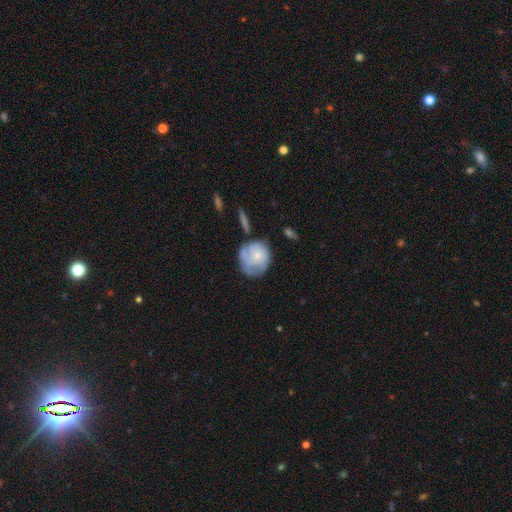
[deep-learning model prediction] Smooth or featured: smooth — 55% (featured or disk — 38%)
How rounded: round — 76% (in between — 23%)
Merging: none — 52% (minor disturbance — 28%)